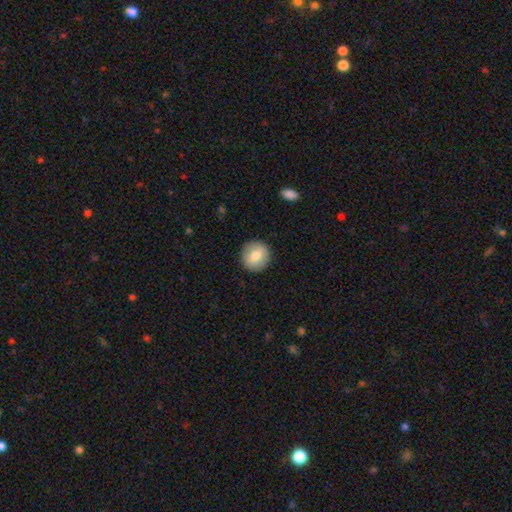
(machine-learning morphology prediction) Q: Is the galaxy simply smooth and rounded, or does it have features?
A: smooth — 73%.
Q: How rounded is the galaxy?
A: round — 89%.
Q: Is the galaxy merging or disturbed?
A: none — 90%.